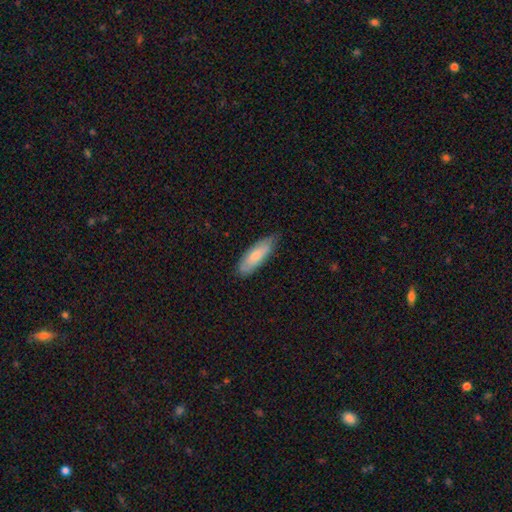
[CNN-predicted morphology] smooth 73%, featured or disk 21%, star or artifact 6%. Down the decision tree: how rounded — in between (56%); merging — none (71%).